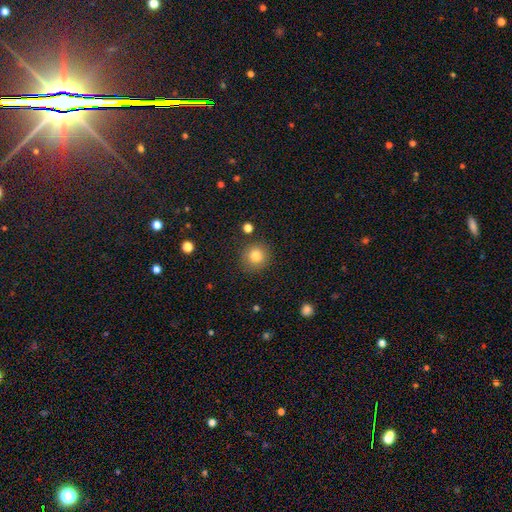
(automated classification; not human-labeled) Overall: smooth (82%). How rounded: round (93%). Merging: none (88%).